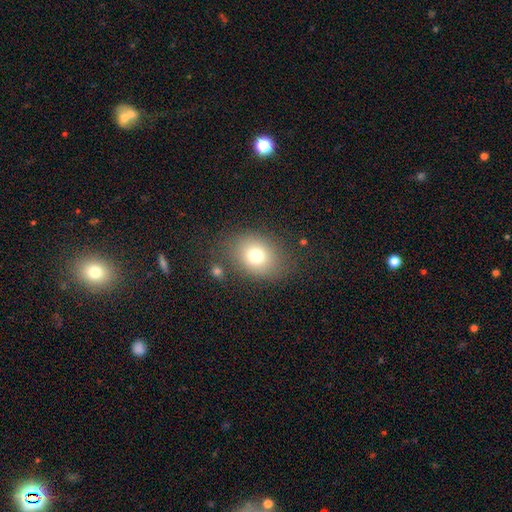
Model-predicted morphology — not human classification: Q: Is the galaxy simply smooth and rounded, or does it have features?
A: smooth — 75%.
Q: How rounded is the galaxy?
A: in between — 59%.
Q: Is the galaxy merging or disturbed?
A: none — 76%.